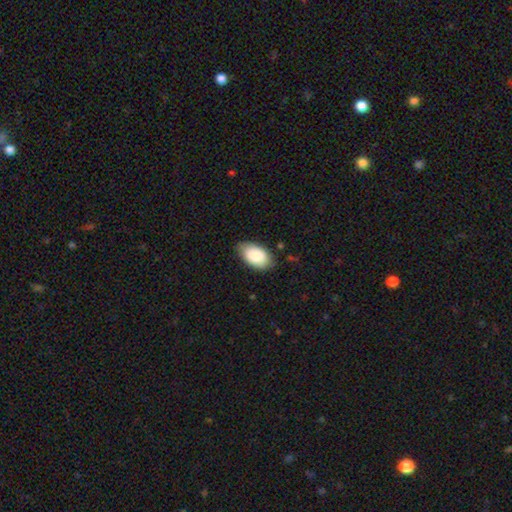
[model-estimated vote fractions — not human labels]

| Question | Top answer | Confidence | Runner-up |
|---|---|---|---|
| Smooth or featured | smooth | 88% | featured or disk (6%) |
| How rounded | in between | 94% | round (4%) |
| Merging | none | 74% | minor disturbance (21%) |